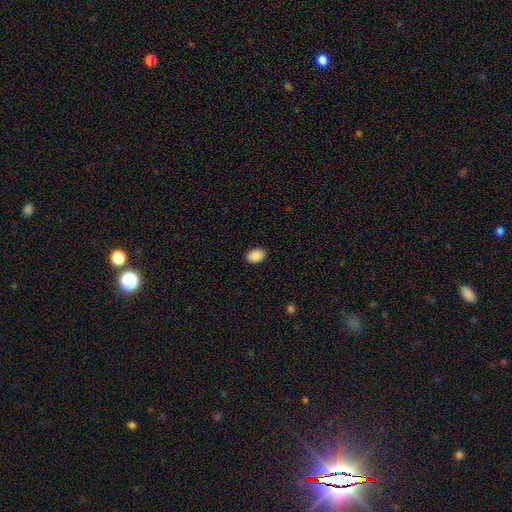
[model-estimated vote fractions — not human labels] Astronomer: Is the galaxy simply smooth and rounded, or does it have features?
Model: smooth — 90%.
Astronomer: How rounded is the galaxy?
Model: in between — 77%.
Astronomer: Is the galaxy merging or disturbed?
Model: none — 90%.